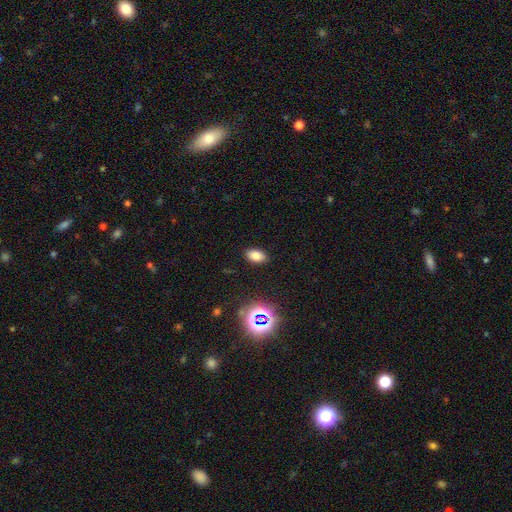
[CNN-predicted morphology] type=smooth (77%); roundness=in between (91%); merging=none (88%).